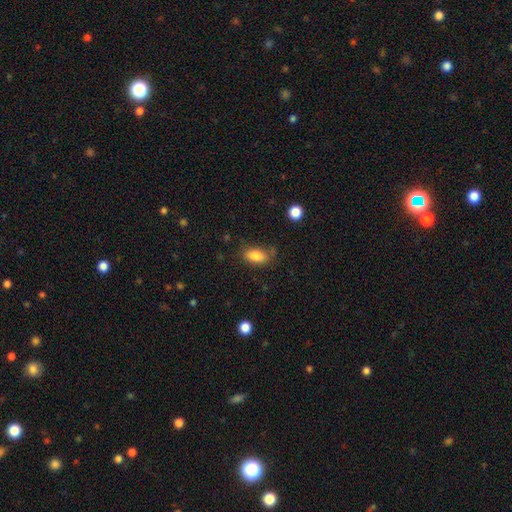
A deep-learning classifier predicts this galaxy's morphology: Overall: smooth (84%). How rounded: in between (89%). Merging: none (70%).